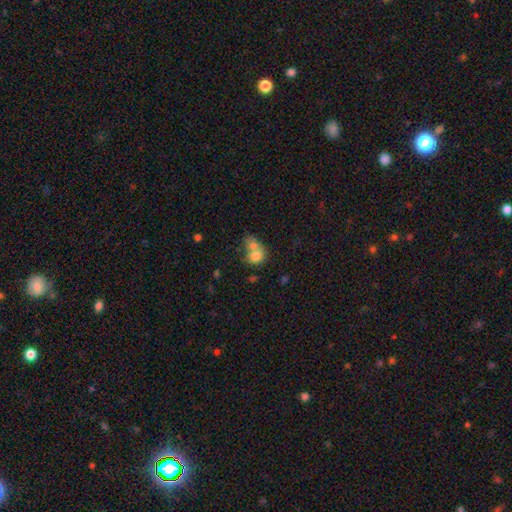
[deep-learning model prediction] Overall: smooth (72%). How rounded: round (57%; in between 42%). Merging: merger (69%).